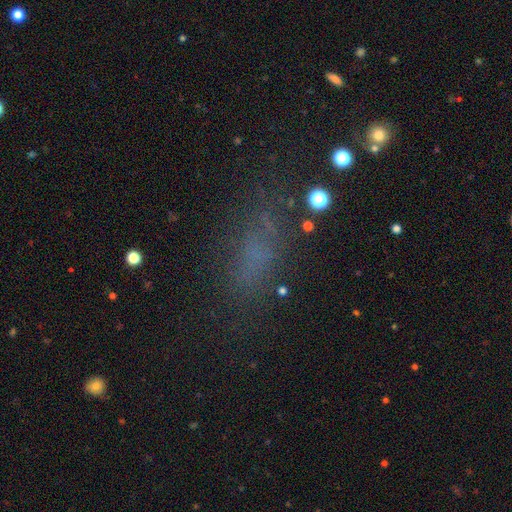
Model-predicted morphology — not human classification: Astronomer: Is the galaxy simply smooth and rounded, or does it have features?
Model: smooth — 57%.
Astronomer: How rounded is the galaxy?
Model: in between — 62%.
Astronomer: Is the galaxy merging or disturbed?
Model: none — 63%.